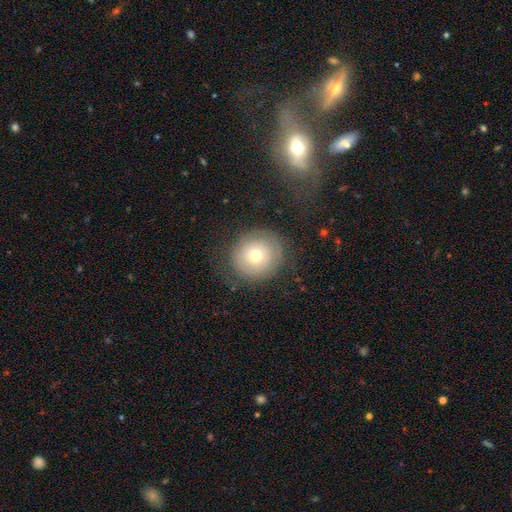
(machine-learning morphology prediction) Smooth or featured: smooth — 58% (featured or disk — 32%)
How rounded: round — 88% (in between — 12%)
Merging: none — 76% (minor disturbance — 14%)